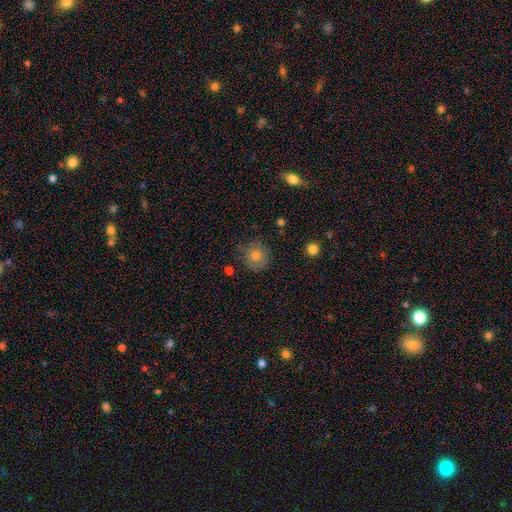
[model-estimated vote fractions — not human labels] smooth 71%, featured or disk 18%, star or artifact 12%. Down the decision tree: how rounded — round (88%); merging — none (79%).